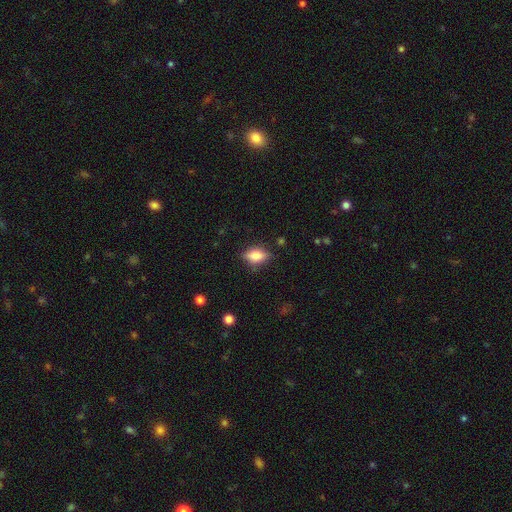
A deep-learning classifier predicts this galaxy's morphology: Smooth or featured?
  - smooth: 68% *
  - featured or disk: 23%
  - star or artifact: 9%
How rounded?
  - in between: 79% *
  - cigar-shaped: 10%
  - round: 10%
Merging?
  - none: 78% *
  - minor disturbance: 16%
  - major disturbance: 4%
  - merger: 2%